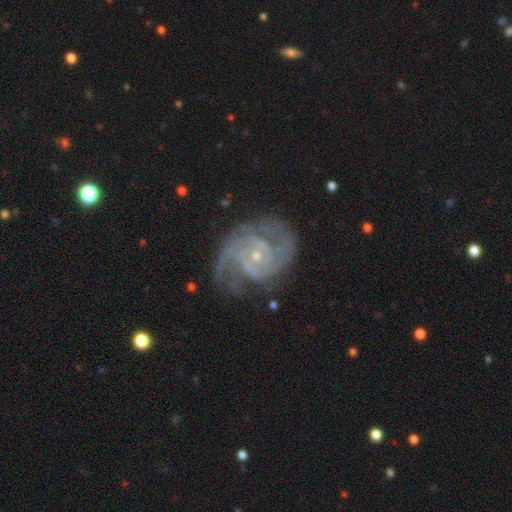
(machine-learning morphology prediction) A featured or disk galaxy (90%) with no bar (63%), 2 (45%) tight (50%) spiral arms (97%) and a small central bulge (81%). Merging: none (66%).